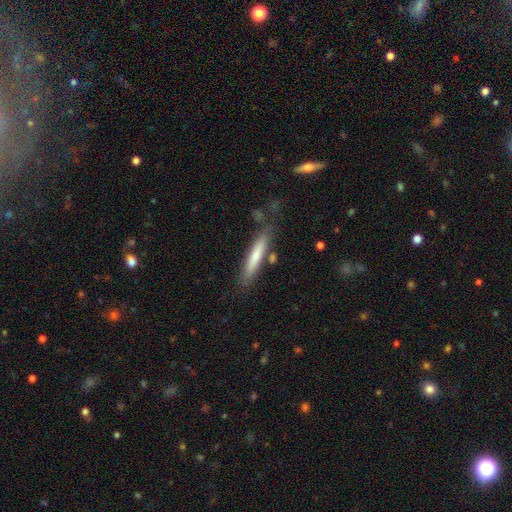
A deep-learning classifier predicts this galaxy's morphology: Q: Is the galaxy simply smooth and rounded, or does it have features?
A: smooth — 67%.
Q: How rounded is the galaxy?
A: cigar-shaped — 91%.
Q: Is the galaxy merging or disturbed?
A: none — 78%.